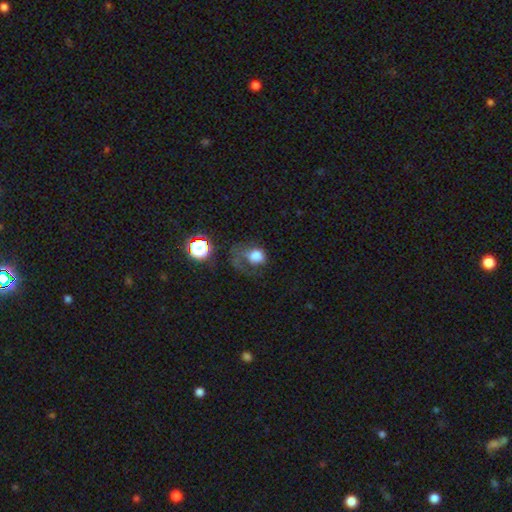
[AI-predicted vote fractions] Smooth or featured: smooth — 69% (featured or disk — 18%)
How rounded: round — 65% (in between — 34%)
Merging: major disturbance — 52% (none — 25%)